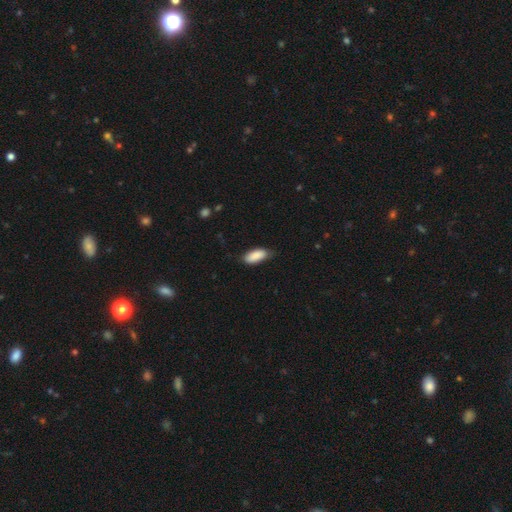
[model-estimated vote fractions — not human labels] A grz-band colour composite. It shows a smooth galaxy with no disk features (89%) that is in between round and cigar-shaped (86%). Merging: none (72%).